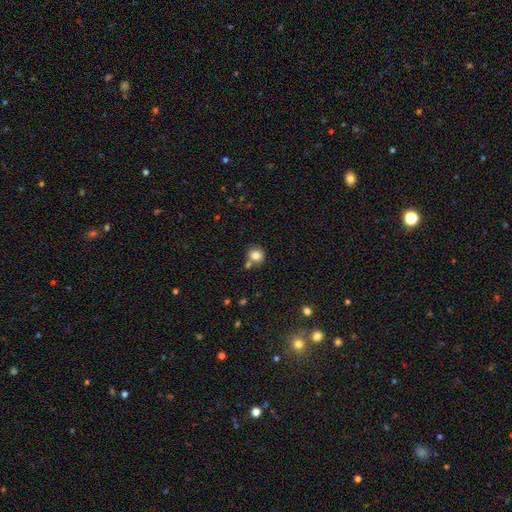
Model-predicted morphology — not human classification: Smooth or featured: smooth — 82% (star or artifact — 10%)
How rounded: round — 85% (in between — 14%)
Merging: none — 64% (merger — 21%)